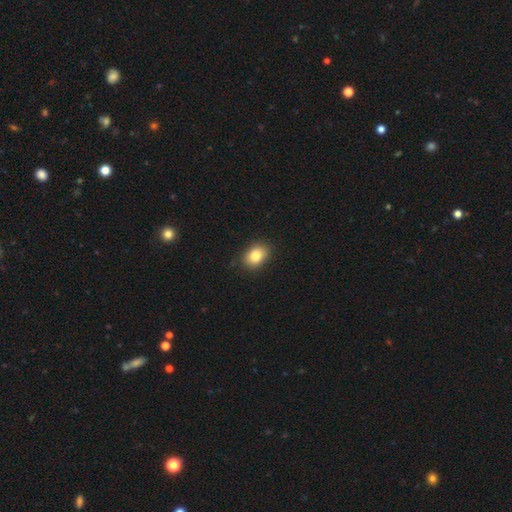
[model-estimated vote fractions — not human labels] A smooth galaxy with no disk features (84%) that is in between round and cigar-shaped (72%). Merging: none (85%).